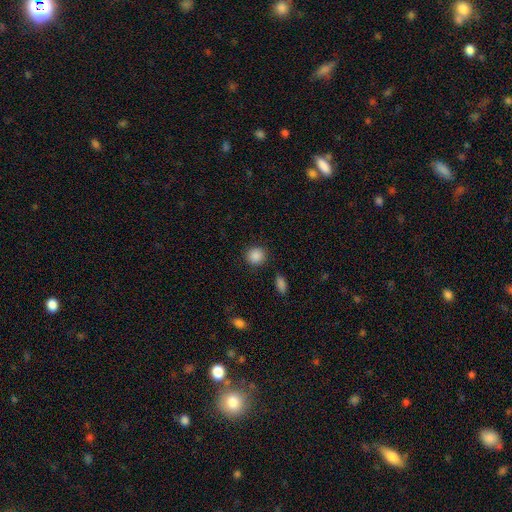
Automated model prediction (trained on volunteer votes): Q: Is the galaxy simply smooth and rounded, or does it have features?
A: smooth — 88%.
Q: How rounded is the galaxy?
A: round — 89%.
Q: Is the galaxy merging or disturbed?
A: none — 89%.